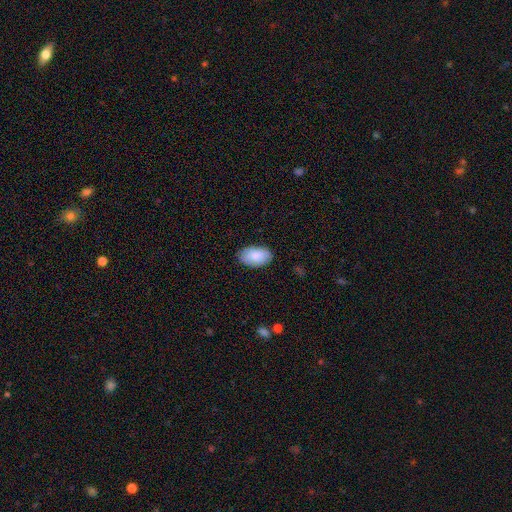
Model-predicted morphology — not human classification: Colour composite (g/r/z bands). It shows a smooth galaxy with no disk features (87%) that is in between round and cigar-shaped (95%). Merging: none (84%).